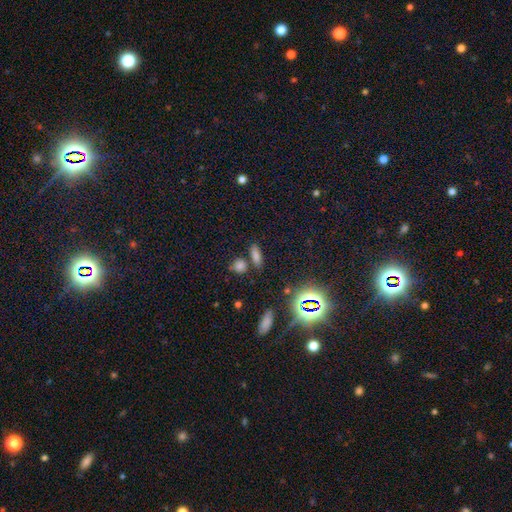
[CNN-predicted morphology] Q: Smooth or featured?
A: smooth (71%); runner-up: star or artifact (19%)
Q: How rounded?
A: in between (55%); runner-up: cigar-shaped (35%)
Q: Merging?
A: none (75%); runner-up: merger (11%)